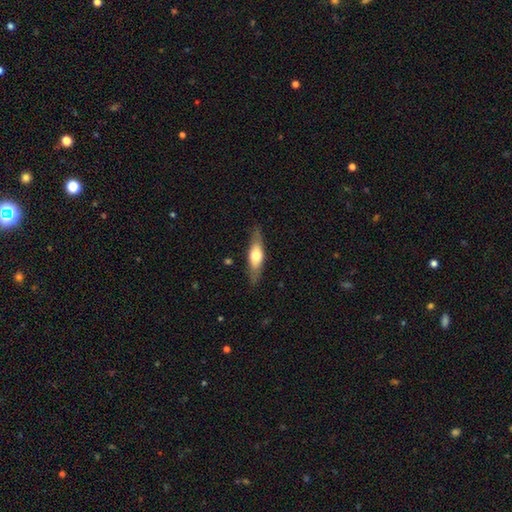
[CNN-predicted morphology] Smooth or featured?
  - smooth: 51% *
  - featured or disk: 43%
  - star or artifact: 6%
How rounded?
  - cigar-shaped: 58% *
  - in between: 40%
  - round: 3%
Merging?
  - none: 83% *
  - minor disturbance: 12%
  - major disturbance: 3%
  - merger: 1%